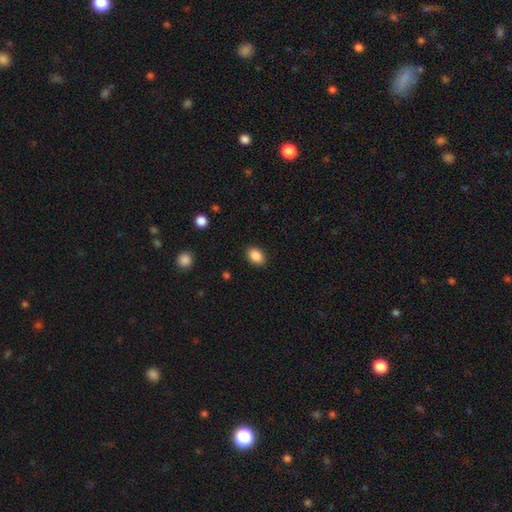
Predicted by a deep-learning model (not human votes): Smooth or featured?
  - smooth: 88% *
  - star or artifact: 9%
  - featured or disk: 4%
How rounded?
  - in between: 83% *
  - round: 15%
  - cigar-shaped: 1%
Merging?
  - none: 88% *
  - minor disturbance: 9%
  - major disturbance: 2%
  - merger: 1%